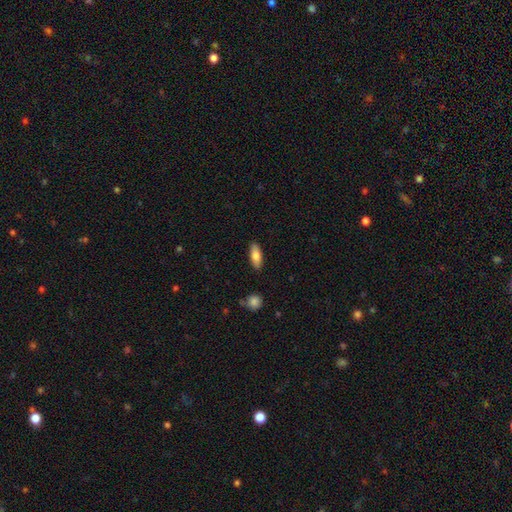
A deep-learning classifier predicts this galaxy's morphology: smooth_or_featured: smooth (p=0.80) [alt: featured or disk p=0.14]
how_rounded: in between (p=0.74) [alt: cigar-shaped p=0.24]
merging: none (p=0.87) [alt: minor disturbance p=0.09]